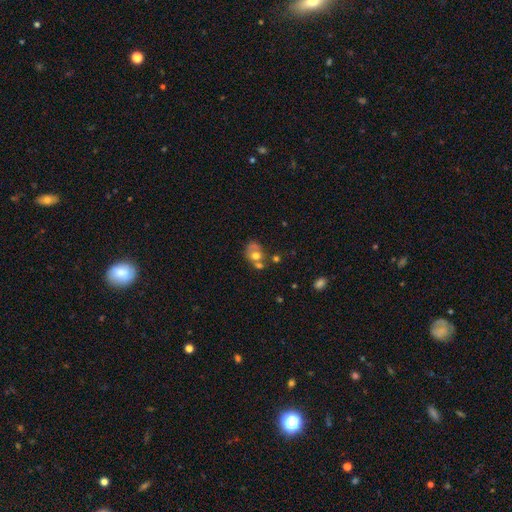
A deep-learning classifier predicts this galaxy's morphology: type=smooth (58%); roundness=round (52%); merging=merger (43%).